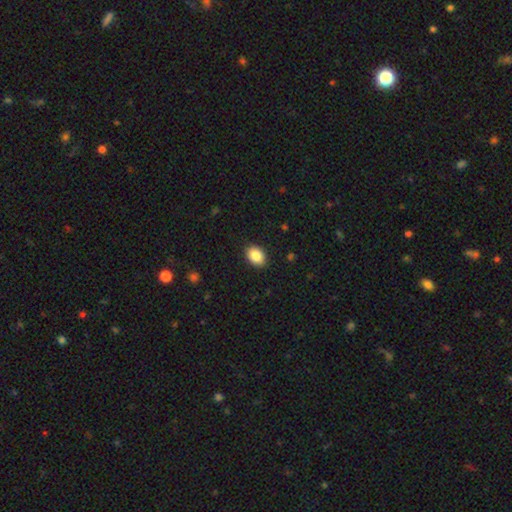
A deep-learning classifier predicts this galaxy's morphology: This is clearly a smooth galaxy (87%). How rounded: likely in between (76%). Merging: clearly none (89%).